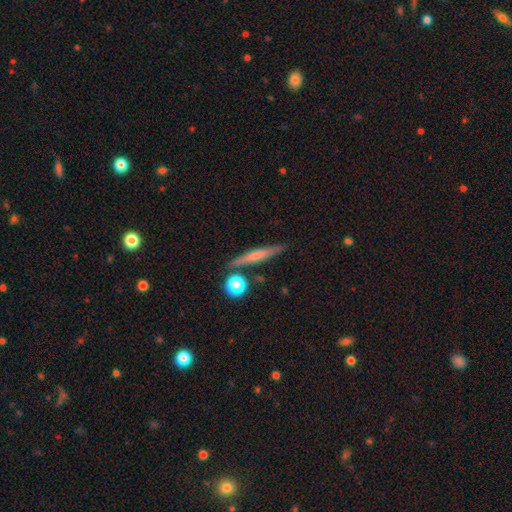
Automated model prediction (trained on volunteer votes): Overall: featured or disk (50%; smooth 42%). Merging: none (84%).